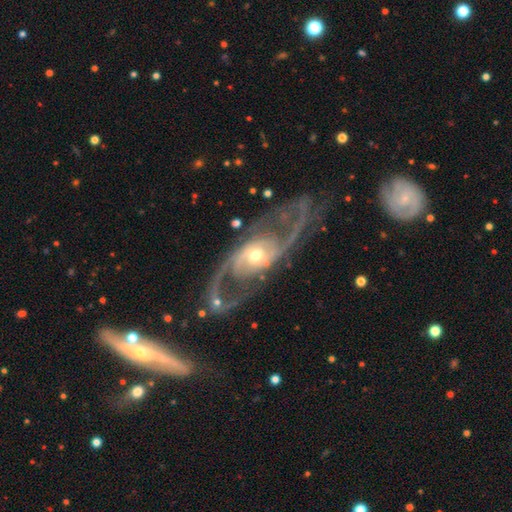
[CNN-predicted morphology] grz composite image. It shows a featured or disk galaxy (90%) with no bar (50%), 2 (86%) medium (44%) spiral arms (94%) and a moderate central bulge (70%). Merging: none (67%).